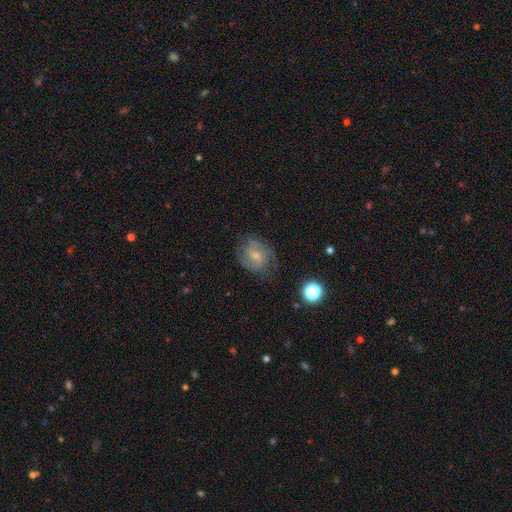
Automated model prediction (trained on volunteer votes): smooth_or_featured: featured or disk (p=0.52) [alt: smooth p=0.38]
disk_edge_on: no (p=0.97) [alt: yes p=0.03]
bar: no (p=0.53) [alt: weak p=0.40]
has_spiral_arms: yes (p=0.78) [alt: no p=0.22]
bulge_size: small (p=0.56) [alt: moderate p=0.34]
merging: none (p=0.64) [alt: minor disturbance p=0.23]